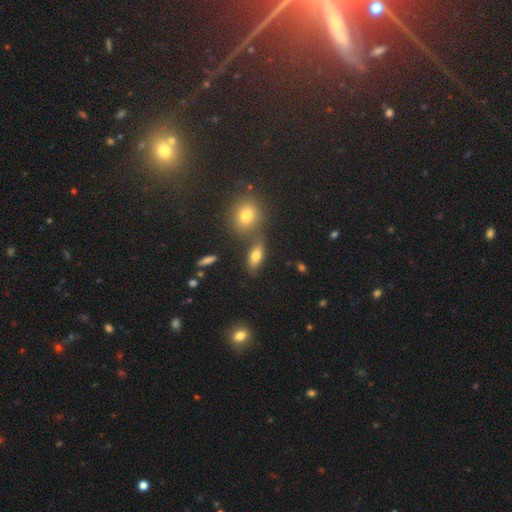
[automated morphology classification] This appears to be a smooth galaxy with no disk features (73%) that is in between round and cigar-shaped (78%). Merging: none (64%).